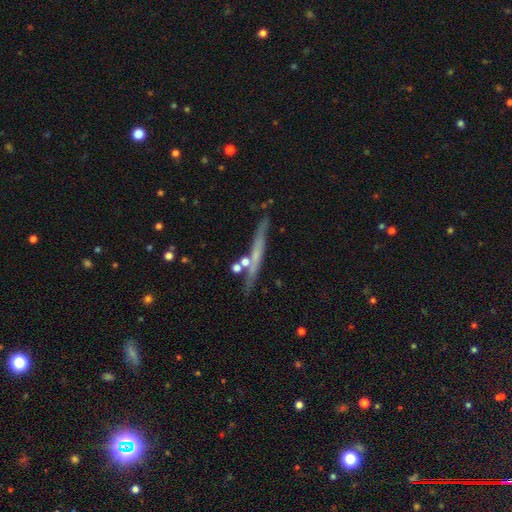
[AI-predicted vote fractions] Overall: featured or disk (55%; smooth 37%). Edge-on disk: yes (93%). Edge-on bulge: none (69%). Merging: none (77%).